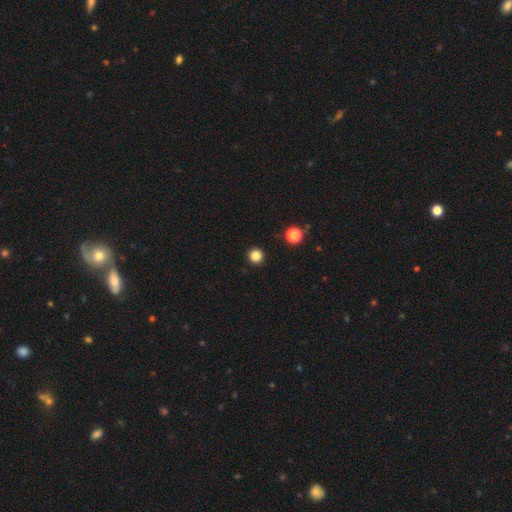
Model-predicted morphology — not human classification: smooth-or-featured: smooth: 85% | star or artifact: 12% | featured or disk: 3%
  how-rounded: round: 96% | in between: 3% | cigar-shaped: 1%
  merging: none: 94% | minor disturbance: 4% | major disturbance: 2% | merger: 1%